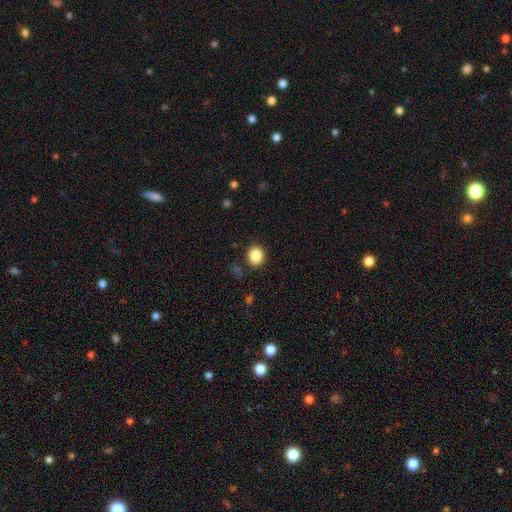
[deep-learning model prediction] smooth 86%, star or artifact 10%, featured or disk 4%. Down the decision tree: how rounded — round (76%); merging — none (87%).